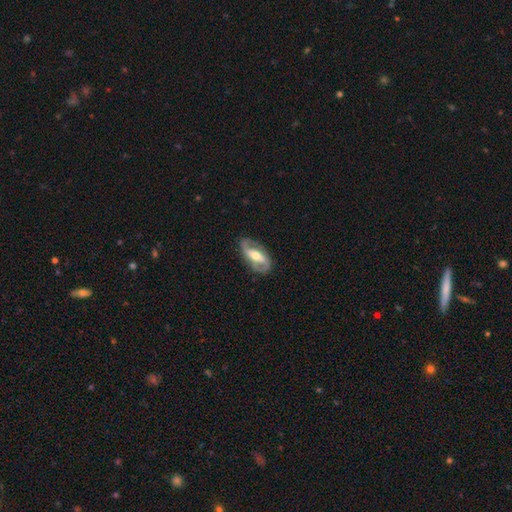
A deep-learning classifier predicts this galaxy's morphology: A featured or disk galaxy (79%) with a strong bar (46%), 2 (87%) medium (43%) spiral arms (84%) and a moderate central bulge (67%). Merging: none (80%).